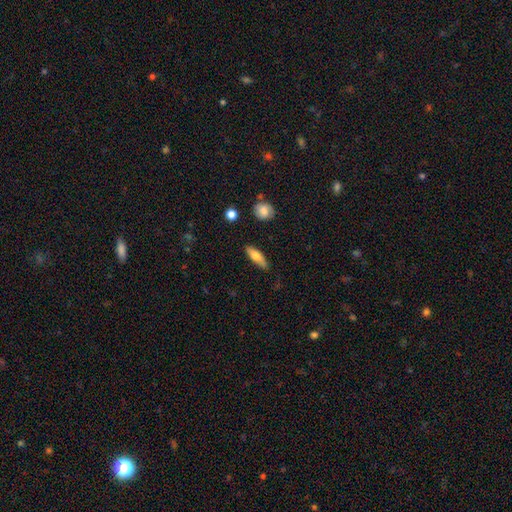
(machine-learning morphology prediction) Smooth or featured? smooth (68%)
How rounded? cigar-shaped (50%)
Merging? none (80%)